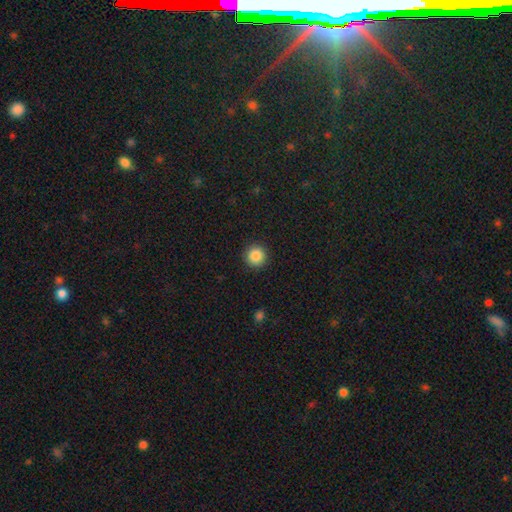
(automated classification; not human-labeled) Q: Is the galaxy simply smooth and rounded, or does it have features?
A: smooth — 87%.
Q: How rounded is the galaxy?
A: round — 96%.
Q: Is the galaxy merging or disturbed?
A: none — 92%.